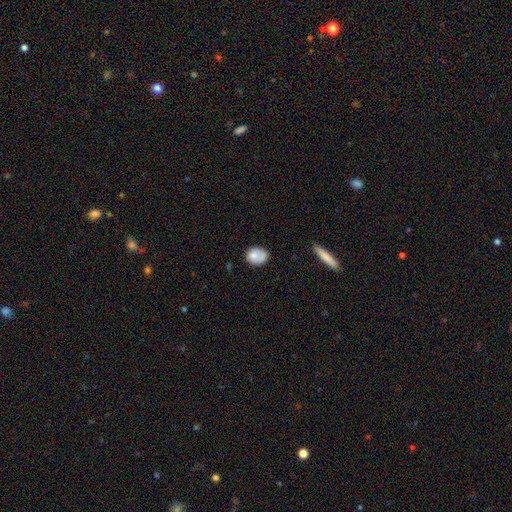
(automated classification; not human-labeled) Smooth or featured: smooth — 76% (featured or disk — 16%)
How rounded: round — 50% (in between — 49%)
Merging: none — 60% (minor disturbance — 26%)